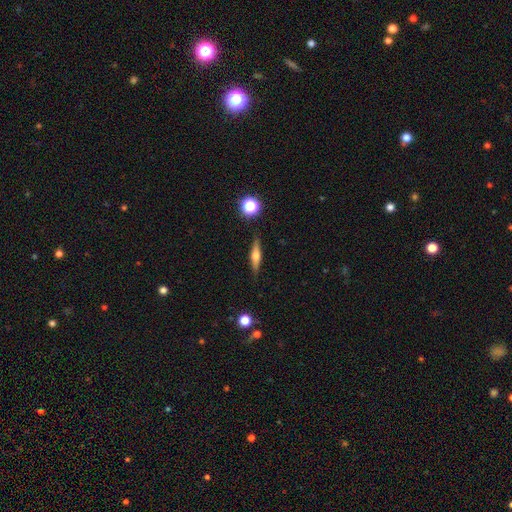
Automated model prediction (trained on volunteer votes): The model was most divided on "smooth or featured": featured or disk: 52%, smooth: 40%, star or artifact: 8%. More confident: edge-on disk — yes (94%); merging — none (88%).